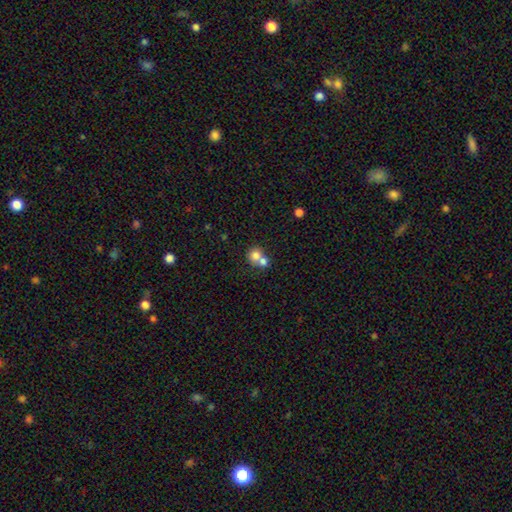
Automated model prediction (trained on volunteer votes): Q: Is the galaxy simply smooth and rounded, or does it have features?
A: smooth — 76%.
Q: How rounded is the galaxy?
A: round — 82%.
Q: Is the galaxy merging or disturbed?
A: merger — 60%.